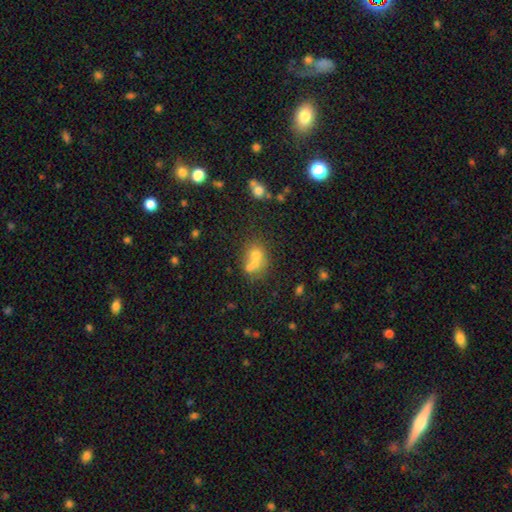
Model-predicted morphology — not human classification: smooth-or-featured: smooth: 57% | star or artifact: 23% | featured or disk: 20%
  how-rounded: round: 66% | in between: 33% | cigar-shaped: 2%
  merging: merger: 54% | none: 34% | minor disturbance: 8% | major disturbance: 5%